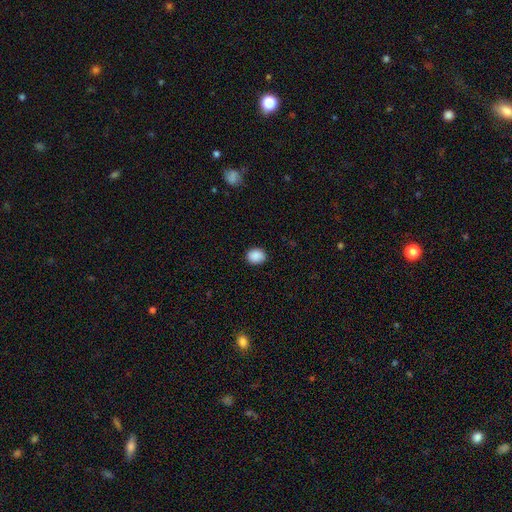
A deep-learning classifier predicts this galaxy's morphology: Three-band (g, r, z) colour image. It shows a smooth galaxy with no disk features (89%) that is round (60%). Merging: none (90%).